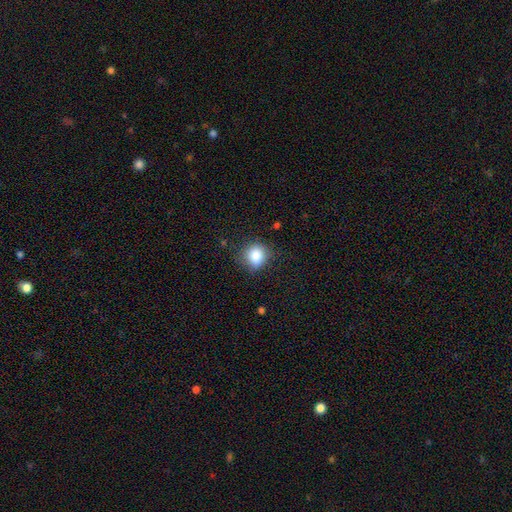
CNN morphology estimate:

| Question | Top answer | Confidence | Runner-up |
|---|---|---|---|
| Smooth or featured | smooth | 83% | star or artifact (10%) |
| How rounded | round | 74% | in between (25%) |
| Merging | none | 77% | minor disturbance (17%) |